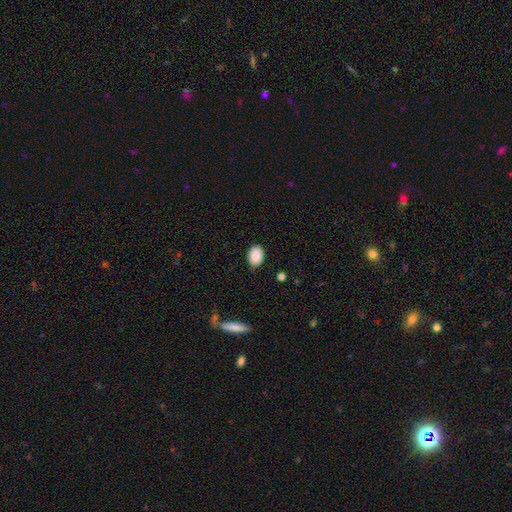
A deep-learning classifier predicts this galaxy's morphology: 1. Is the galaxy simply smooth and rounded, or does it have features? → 90% smooth, 7% star or artifact, 3% featured or disk.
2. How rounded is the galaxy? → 80% in between, 19% round, 1% cigar-shaped.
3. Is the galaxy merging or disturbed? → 86% none, 10% minor disturbance, 2% major disturbance, 1% merger.